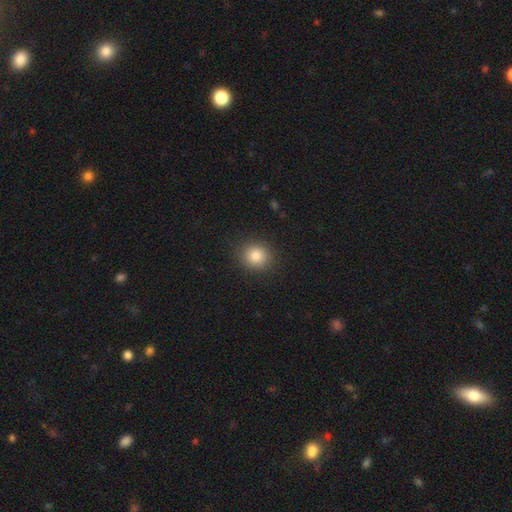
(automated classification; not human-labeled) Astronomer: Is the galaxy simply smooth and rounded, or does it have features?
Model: smooth — 83%.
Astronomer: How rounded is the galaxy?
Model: round — 85%.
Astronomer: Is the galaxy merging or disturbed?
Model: none — 89%.